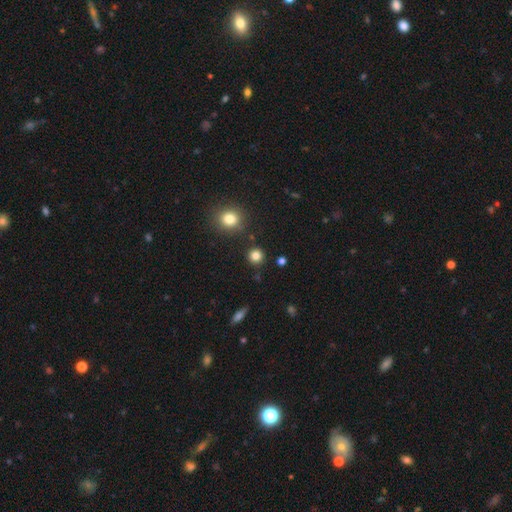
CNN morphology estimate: type=smooth (82%); roundness=round (93%); merging=none (89%).